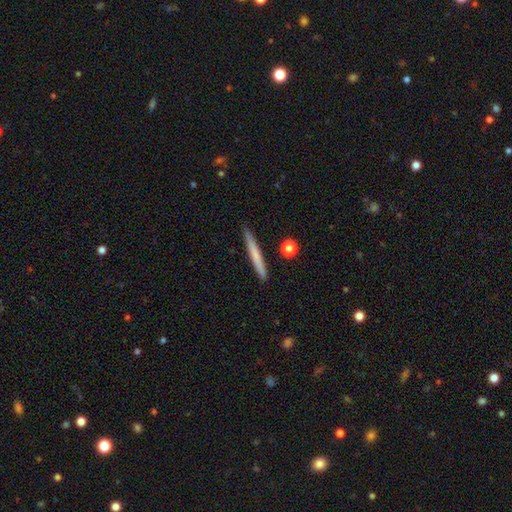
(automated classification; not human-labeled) smooth 65%, featured or disk 29%, star or artifact 6%. Down the decision tree: how rounded — cigar-shaped (97%); merging — none (90%).